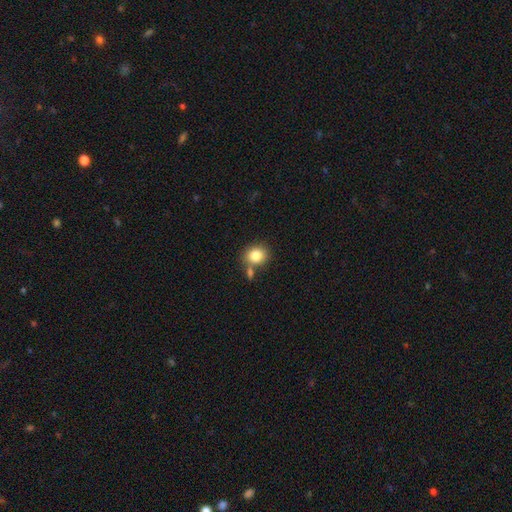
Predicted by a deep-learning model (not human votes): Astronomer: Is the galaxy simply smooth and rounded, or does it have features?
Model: smooth — 82%.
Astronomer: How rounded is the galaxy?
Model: round — 69%.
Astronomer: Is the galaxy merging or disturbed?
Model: none — 64%.